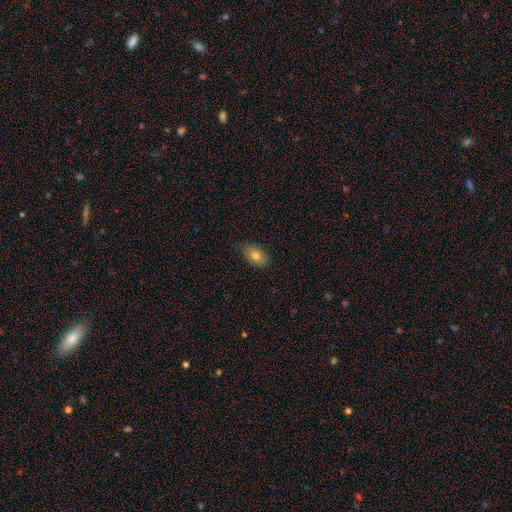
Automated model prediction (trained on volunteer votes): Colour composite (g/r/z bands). It shows a smooth galaxy with no disk features (79%) that is in between round and cigar-shaped (88%). Merging: none (82%).